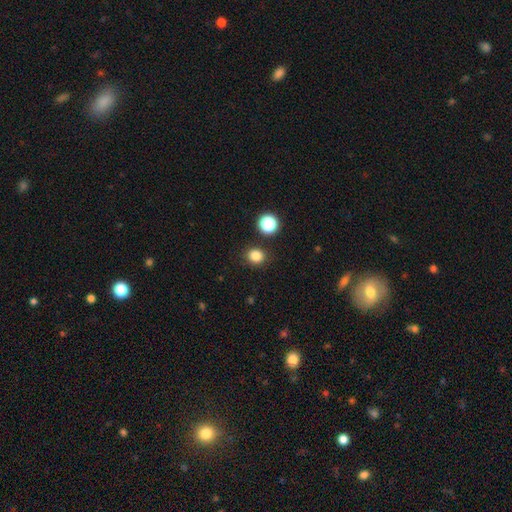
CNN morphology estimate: Overall: smooth (83%). How rounded: round (79%). Merging: none (87%).